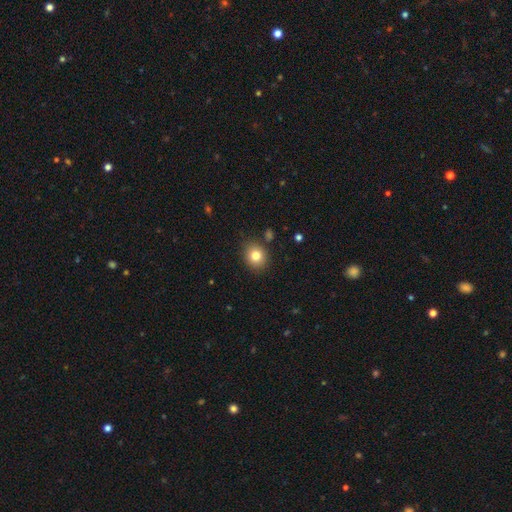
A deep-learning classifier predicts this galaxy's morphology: Overall: smooth (81%). How rounded: round (71%). Merging: none (85%).